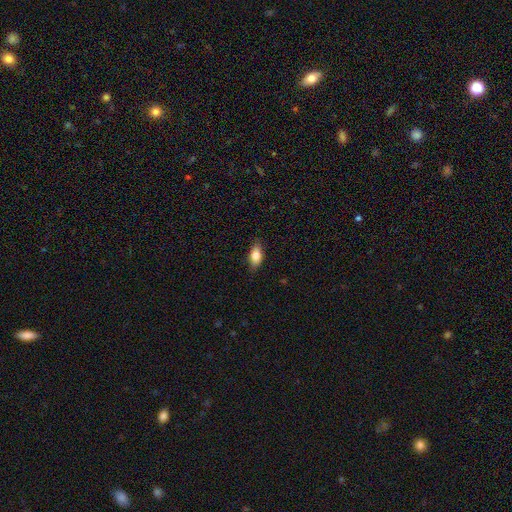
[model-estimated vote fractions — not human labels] smooth_or_featured: smooth (p=0.81) [alt: featured or disk p=0.12]
how_rounded: in between (p=0.86) [alt: cigar-shaped p=0.09]
merging: none (p=0.84) [alt: minor disturbance p=0.13]